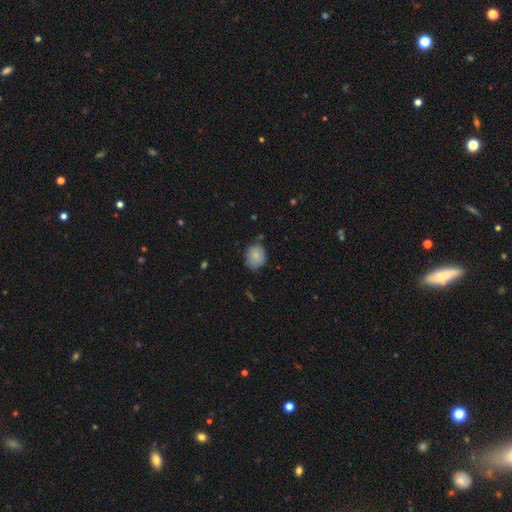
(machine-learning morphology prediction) Smooth or featured? smooth (82%)
How rounded? round (66%)
Merging? none (73%)